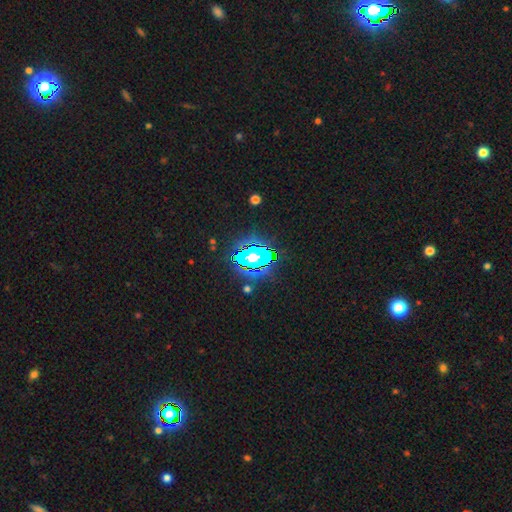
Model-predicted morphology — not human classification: A star or artifact, not a galaxy (53%).

Vote fractions:
- Smooth or featured? star or artifact: 53% / smooth: 30% / featured or disk: 17%